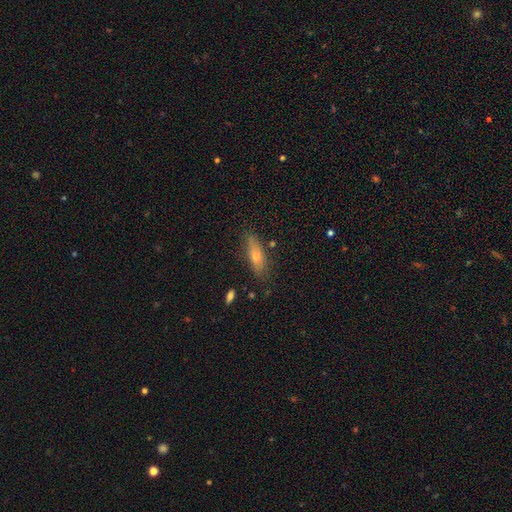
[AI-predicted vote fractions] Smooth or featured? Predicted: smooth (p=0.58). How rounded? Predicted: cigar-shaped (p=0.60). Merging? Predicted: none (p=0.80).